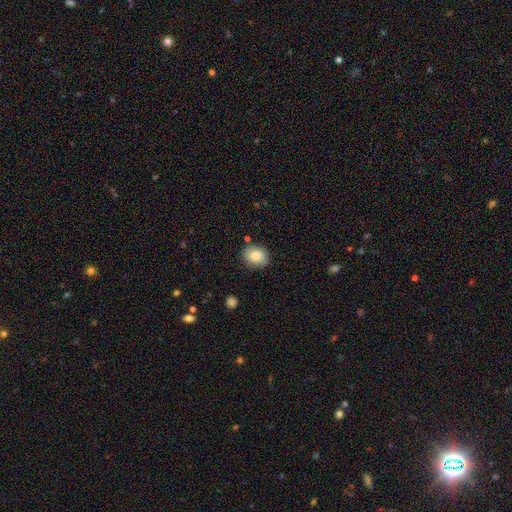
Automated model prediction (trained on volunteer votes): This is clearly a smooth galaxy (85%). How rounded: possibly round (50%). Merging: clearly none (81%).